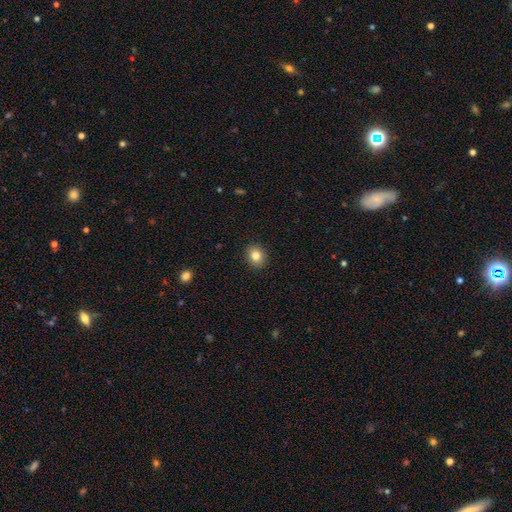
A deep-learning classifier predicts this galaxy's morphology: Smooth or featured: smooth — 83% (star or artifact — 10%)
How rounded: round — 69% (in between — 30%)
Merging: none — 91% (minor disturbance — 6%)